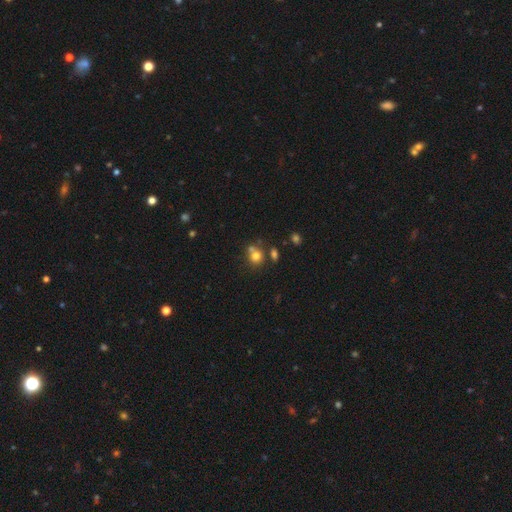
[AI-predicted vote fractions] Smooth or featured: smooth — 75% (star or artifact — 14%)
How rounded: round — 78% (in between — 21%)
Merging: none — 53% (merger — 30%)